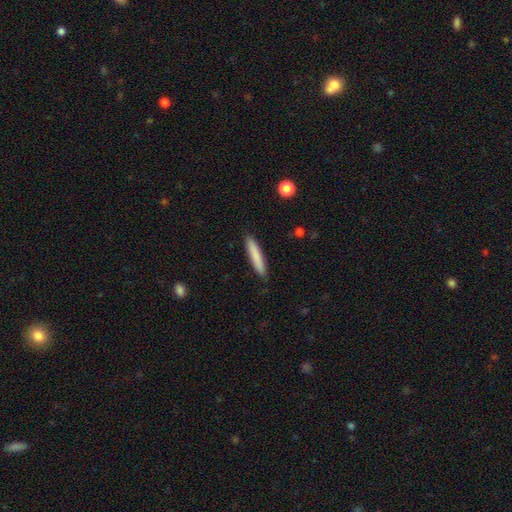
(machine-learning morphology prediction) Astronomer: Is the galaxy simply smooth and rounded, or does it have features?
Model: smooth — 83%.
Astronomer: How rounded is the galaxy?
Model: cigar-shaped — 91%.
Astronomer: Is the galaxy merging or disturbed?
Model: none — 90%.